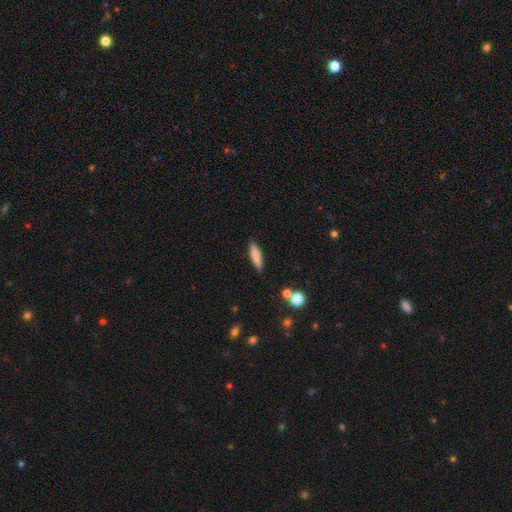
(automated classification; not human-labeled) A smooth galaxy with no disk features (79%) that is cigar-shaped (77%).

Vote fractions:
- Smooth or featured? smooth: 79% / featured or disk: 15% / star or artifact: 7%
- How rounded? cigar-shaped: 77% / in between: 21% / round: 2%
- Merging? none: 88% / minor disturbance: 8% / major disturbance: 2% / merger: 2%